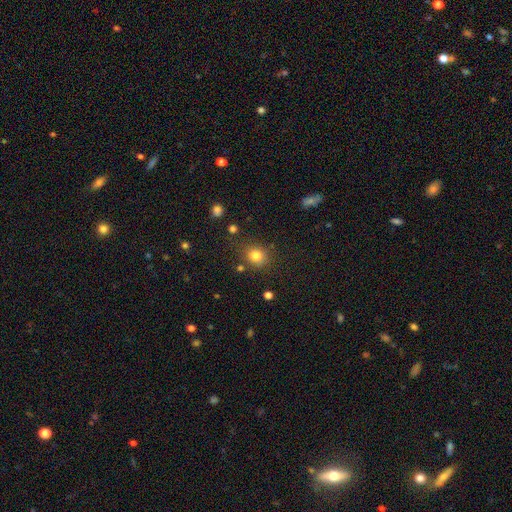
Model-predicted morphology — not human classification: type=smooth (81%); roundness=round (78%); merging=none (79%).